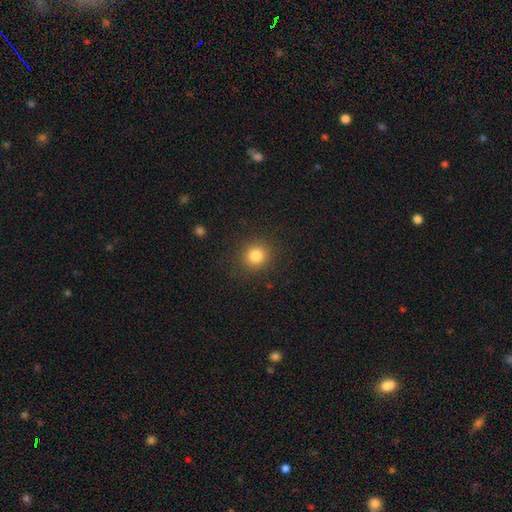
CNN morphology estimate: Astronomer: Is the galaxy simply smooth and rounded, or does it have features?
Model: smooth — 82%.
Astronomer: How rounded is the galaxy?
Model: round — 87%.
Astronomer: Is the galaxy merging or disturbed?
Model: none — 88%.